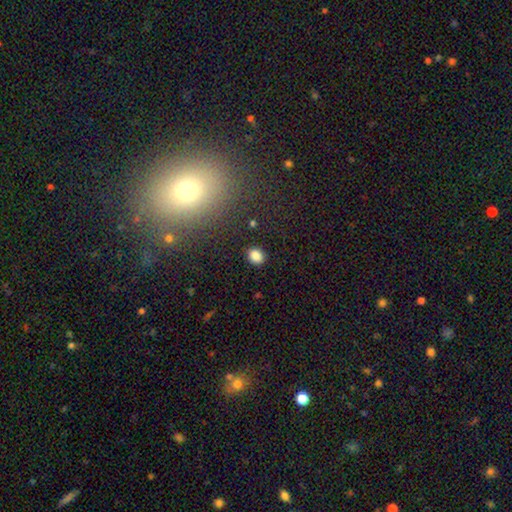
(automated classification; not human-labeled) Smooth or featured? smooth (85%)
How rounded? round (56%)
Merging? none (88%)